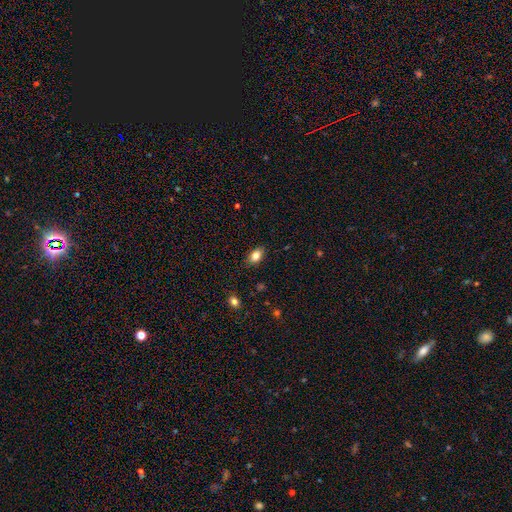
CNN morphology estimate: type=smooth (84%); roundness=in between (85%); merging=none (85%).